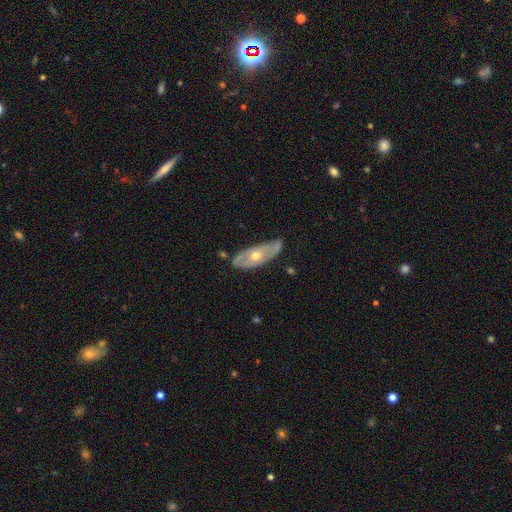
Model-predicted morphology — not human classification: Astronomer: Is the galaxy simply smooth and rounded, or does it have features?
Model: featured or disk — 69%.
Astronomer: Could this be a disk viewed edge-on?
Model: no — 76%.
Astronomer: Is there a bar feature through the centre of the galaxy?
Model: no — 83%.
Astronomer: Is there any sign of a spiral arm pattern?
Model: no — 56% (runner-up: yes, 44%).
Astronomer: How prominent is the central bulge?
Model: moderate — 71%.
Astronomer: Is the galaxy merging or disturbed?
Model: none — 74%.